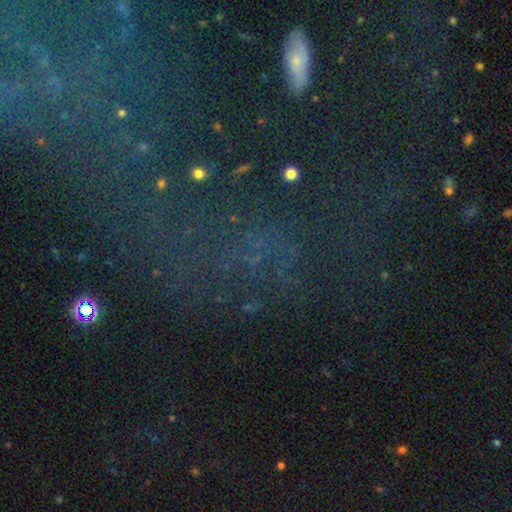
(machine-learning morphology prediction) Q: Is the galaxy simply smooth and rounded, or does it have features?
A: star or artifact — 52%.